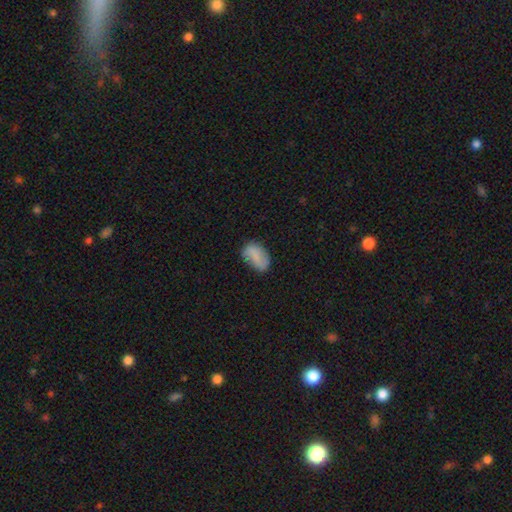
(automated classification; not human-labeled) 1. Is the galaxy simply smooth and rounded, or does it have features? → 71% smooth, 21% featured or disk, 8% star or artifact.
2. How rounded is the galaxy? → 89% in between, 9% round, 2% cigar-shaped.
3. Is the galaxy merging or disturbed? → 64% none, 25% minor disturbance, 8% major disturbance, 2% merger.